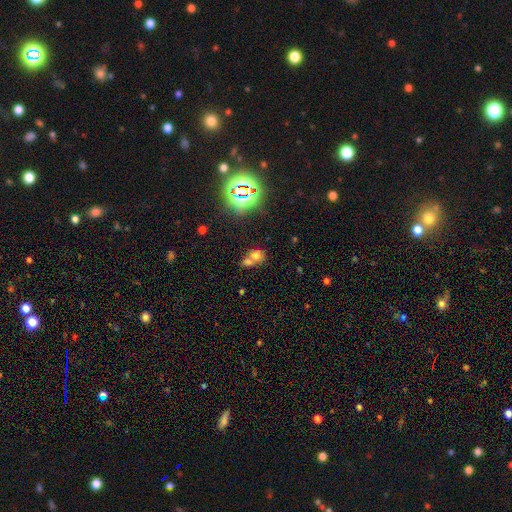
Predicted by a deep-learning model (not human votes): smooth 57%, star or artifact 25%, featured or disk 18%. Down the decision tree: how rounded — round (61%); merging — merger (60%).